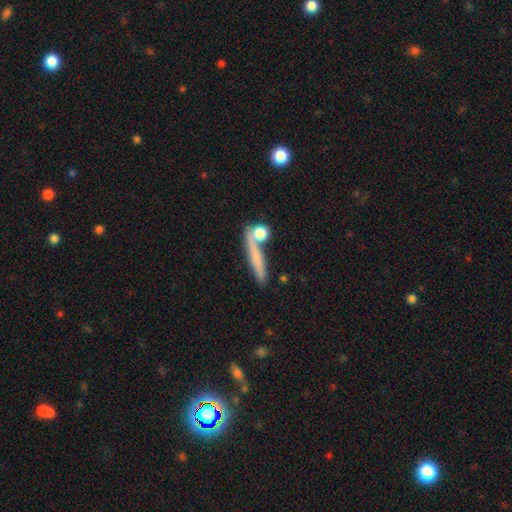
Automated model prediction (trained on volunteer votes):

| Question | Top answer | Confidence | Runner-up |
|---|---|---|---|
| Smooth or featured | smooth | 65% | featured or disk (25%) |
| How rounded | cigar-shaped | 80% | in between (10%) |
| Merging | none | 68% | merger (14%) |